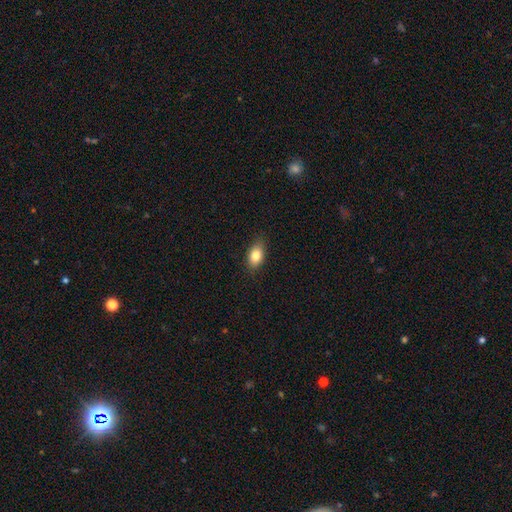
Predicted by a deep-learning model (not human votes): A smooth galaxy with no disk features (83%) that is in between round and cigar-shaped (87%).

Vote fractions:
- Smooth or featured? smooth: 83% / featured or disk: 9% / star or artifact: 8%
- How rounded? in between: 87% / round: 10% / cigar-shaped: 3%
- Merging? none: 84% / minor disturbance: 13% / major disturbance: 2% / merger: 1%